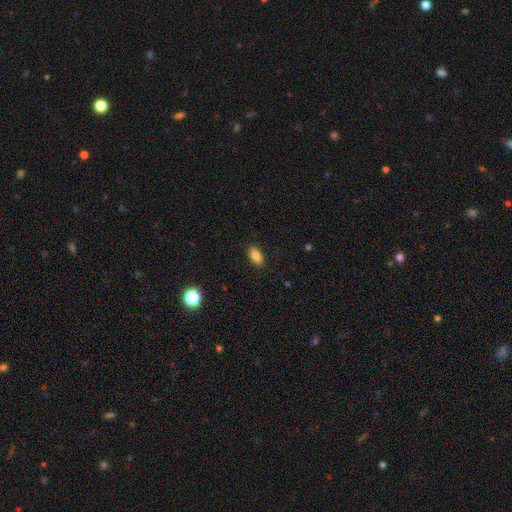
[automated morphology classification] Smooth or featured? Predicted: smooth (p=0.86). How rounded? Predicted: in between (p=0.91). Merging? Predicted: none (p=0.87).